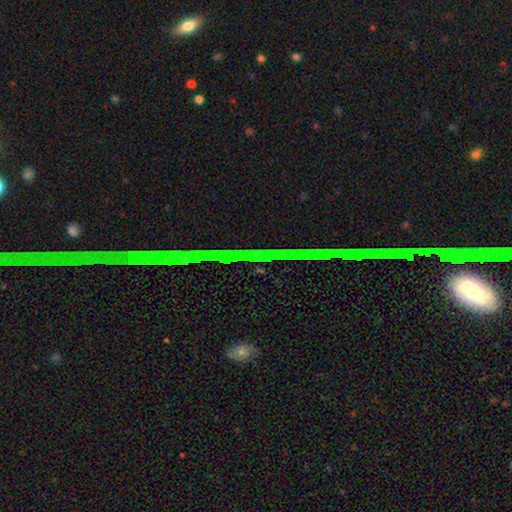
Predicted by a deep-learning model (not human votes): Smooth or featured?
  - star or artifact: 74% *
  - featured or disk: 15%
  - smooth: 11%